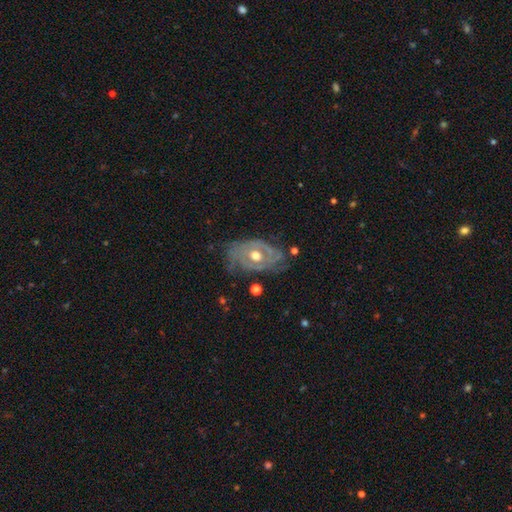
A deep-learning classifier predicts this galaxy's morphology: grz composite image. It shows a featured or disk galaxy (83%) with no bar (78%), tight (64%) spiral arms (77%) and a moderate central bulge (79%). Merging: none (57%).